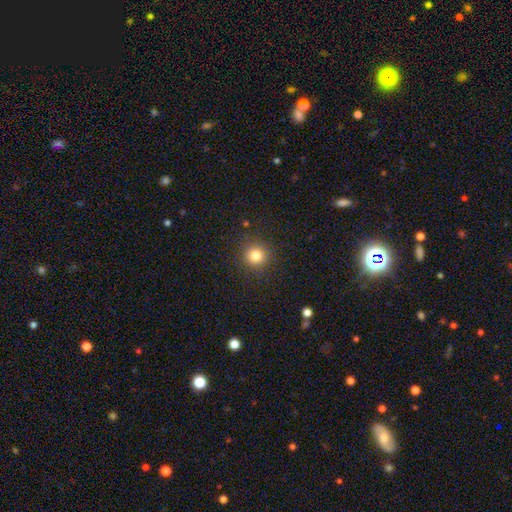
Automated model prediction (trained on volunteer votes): Smooth or featured: smooth — 82% (star or artifact — 13%)
How rounded: round — 94% (in between — 5%)
Merging: none — 91% (minor disturbance — 6%)